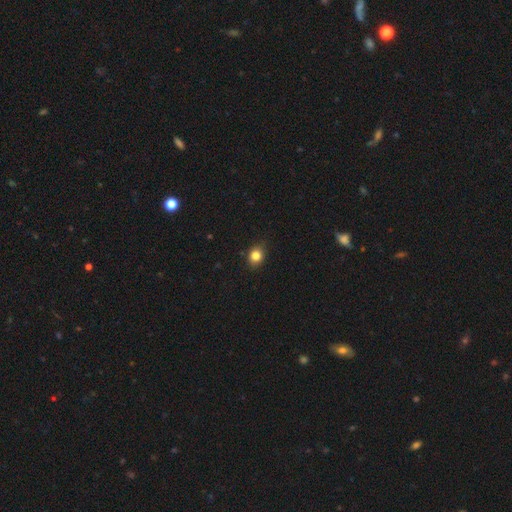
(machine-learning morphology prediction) Smooth or featured? smooth (83%)
How rounded? round (59%)
Merging? none (82%)